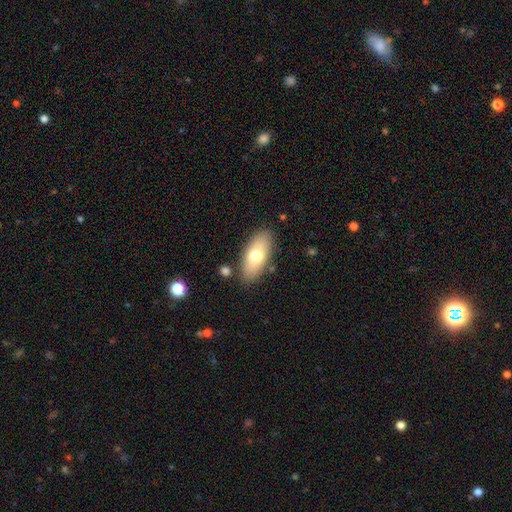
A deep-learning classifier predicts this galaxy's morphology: Q: Smooth or featured?
A: smooth (67%); runner-up: featured or disk (26%)
Q: How rounded?
A: in between (87%); runner-up: cigar-shaped (10%)
Q: Merging?
A: none (82%); runner-up: minor disturbance (11%)